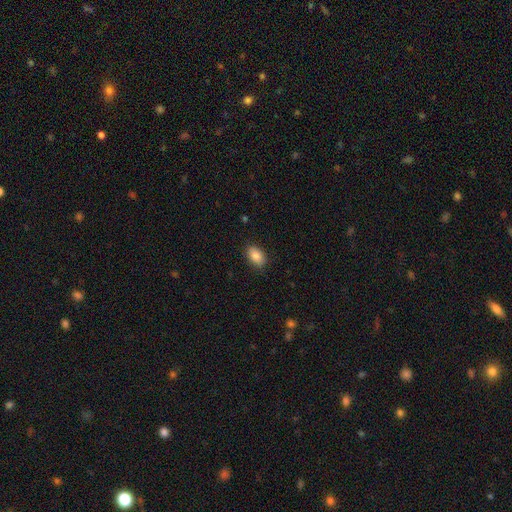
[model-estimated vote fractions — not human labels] This is clearly a smooth galaxy (87%). How rounded: clearly in between (90%). Merging: clearly none (87%).